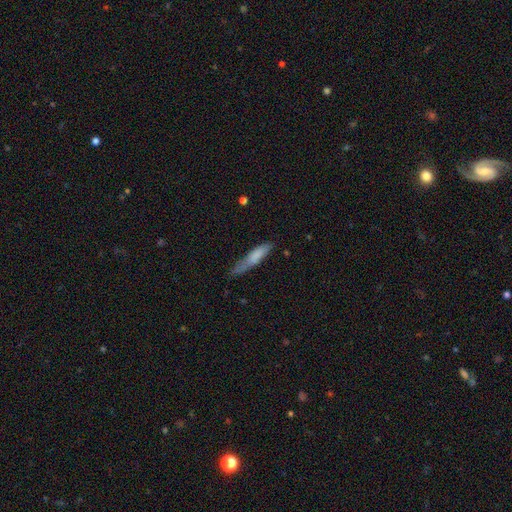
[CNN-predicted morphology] Overall: smooth (74%). How rounded: cigar-shaped (84%). Merging: none (56%; minor disturbance 31%).